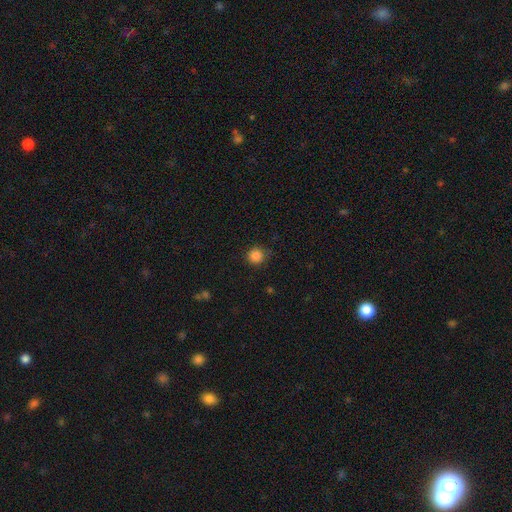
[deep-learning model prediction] This appears to be a smooth galaxy with no disk features (86%) that is round (93%). Merging: none (83%).